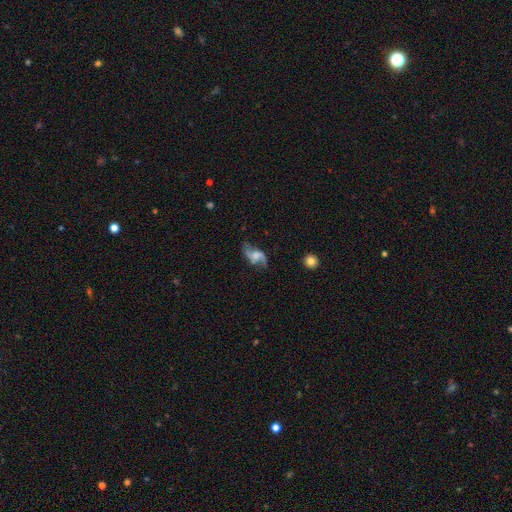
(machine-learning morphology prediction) Q: Smooth or featured?
A: featured or disk (78%); runner-up: smooth (15%)
Q: Edge-on disk?
A: no (96%); runner-up: yes (4%)
Q: Bar?
A: no (49%); runner-up: weak (40%)
Q: Spiral arms?
A: yes (94%); runner-up: no (6%)
Q: Spiral winding?
A: loose (76%); runner-up: medium (20%)
Q: Spiral arm count?
A: 2 (91%); runner-up: can't tell (3%)
Q: Bulge size?
A: moderate (30%); runner-up: small (28%)
Q: Merging?
A: none (67%); runner-up: minor disturbance (19%)